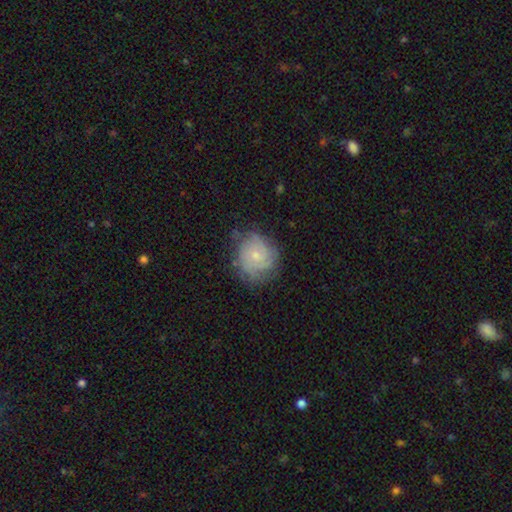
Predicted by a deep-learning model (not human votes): A featured or disk galaxy (61%) with no bar (79%), tight (65%) spiral arms (87%) and a small central bulge (68%).

Vote fractions:
- Smooth or featured? featured or disk: 61% / smooth: 31% / star or artifact: 8%
- Edge-on disk? no: 98% / yes: 2%
- Bar? no: 79% / weak: 19% / strong: 2%
- Spiral arms? yes: 87% / no: 13%
- Spiral winding? tight: 65% / medium: 26% / loose: 9%
- Spiral arm count? can't tell: 46% / 3: 16% / 2: 16% / 4: 11% / 1: 5% / more than 4: 5%
- Bulge size? small: 68% / moderate: 27% / none: 3% / large: 1% / dominant: 1%
- Merging? none: 68% / minor disturbance: 22% / major disturbance: 9% / merger: 1%